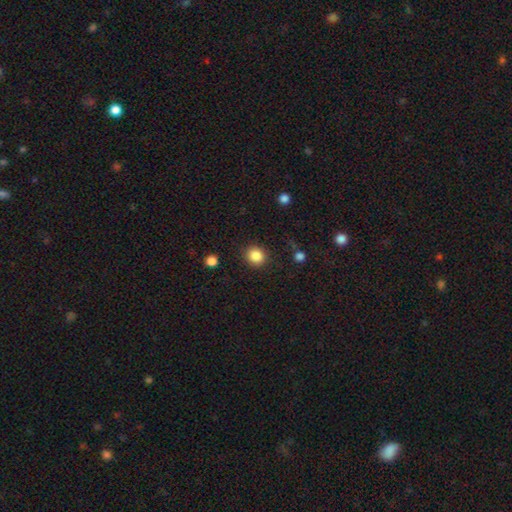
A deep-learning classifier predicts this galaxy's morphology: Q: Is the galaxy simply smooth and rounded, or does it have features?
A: smooth — 87%.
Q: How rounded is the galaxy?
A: round — 82%.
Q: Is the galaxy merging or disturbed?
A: none — 87%.